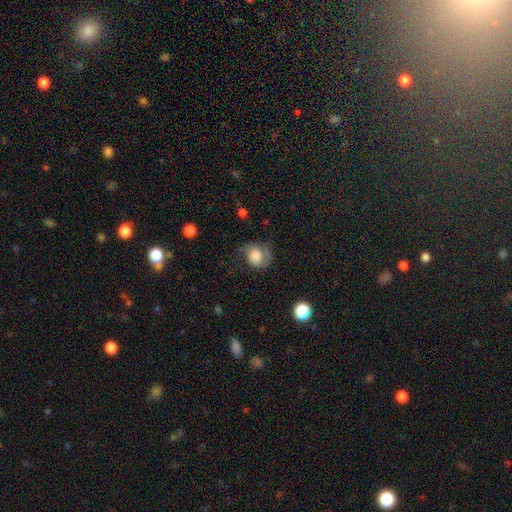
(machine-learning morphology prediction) Smooth or featured: smooth — 70% (featured or disk — 22%)
How rounded: round — 68% (in between — 31%)
Merging: none — 39% (minor disturbance — 30%)